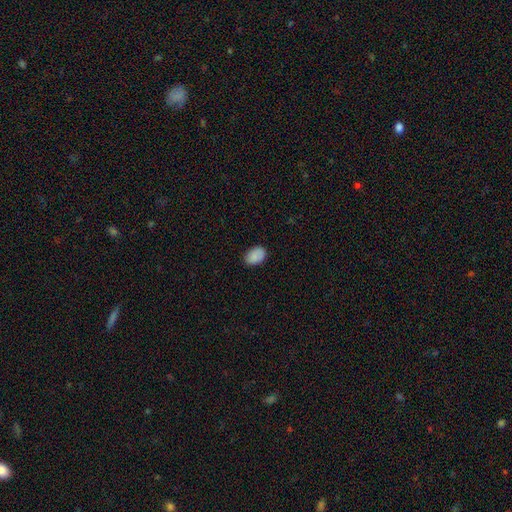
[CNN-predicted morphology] smooth 87%, star or artifact 8%, featured or disk 6%. Down the decision tree: how rounded — in between (82%); merging — none (84%).